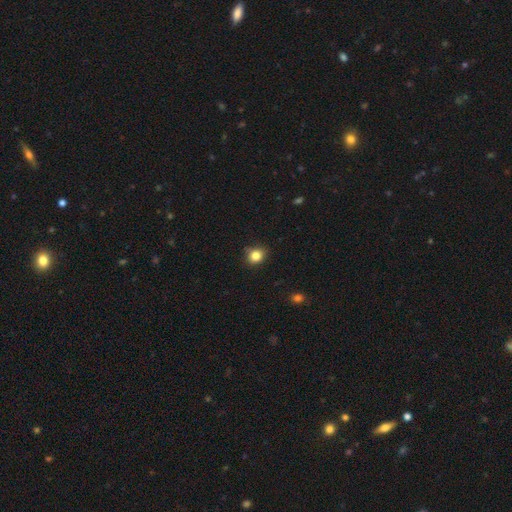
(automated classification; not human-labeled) Smooth or featured? smooth (83%)
How rounded? round (75%)
Merging? none (80%)